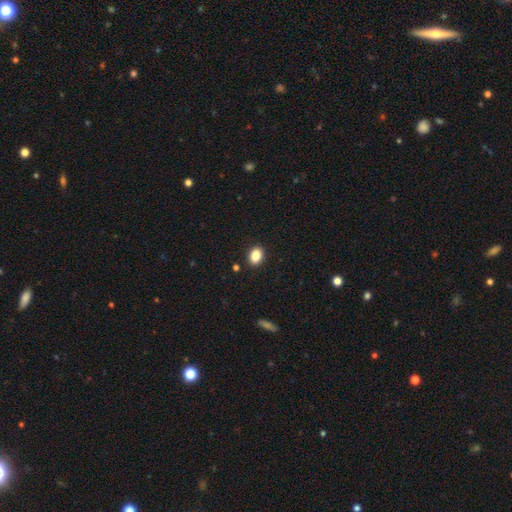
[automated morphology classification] A smooth galaxy with no disk features (86%) that is in between round and cigar-shaped (73%). Merging: none (90%).